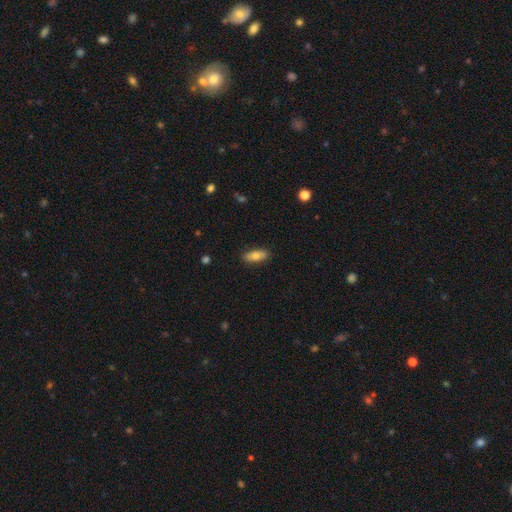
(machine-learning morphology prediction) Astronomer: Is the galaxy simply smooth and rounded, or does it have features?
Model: smooth — 74%.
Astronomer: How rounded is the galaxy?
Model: in between — 75%.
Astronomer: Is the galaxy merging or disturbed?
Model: none — 86%.